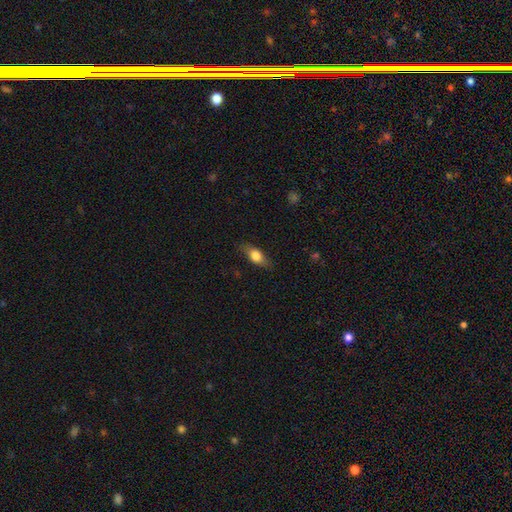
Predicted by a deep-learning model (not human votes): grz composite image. It shows a smooth galaxy with no disk features (70%) that is in between round and cigar-shaped (75%). Merging: none (80%).